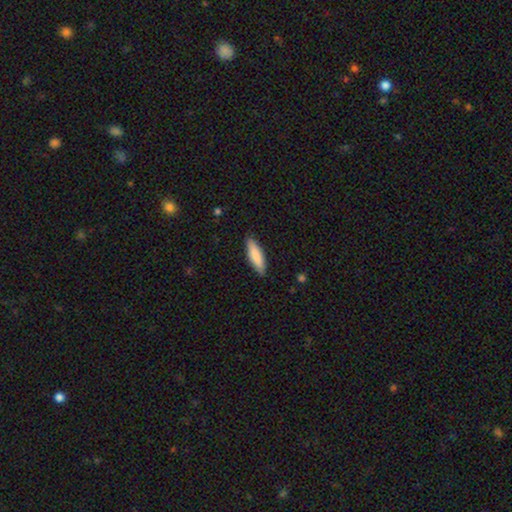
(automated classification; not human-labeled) Smooth or featured? smooth (83%)
How rounded? cigar-shaped (59%)
Merging? none (88%)